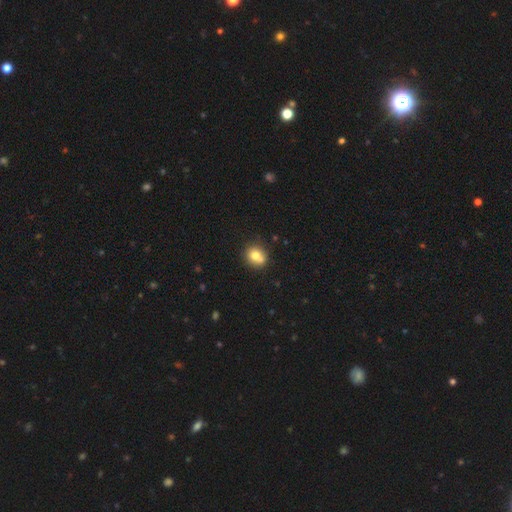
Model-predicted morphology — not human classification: This is likely a smooth galaxy (75%). How rounded: likely round (77%). Merging: likely none (62%).